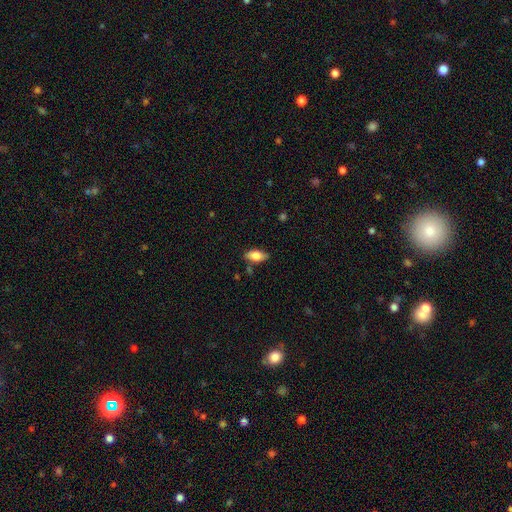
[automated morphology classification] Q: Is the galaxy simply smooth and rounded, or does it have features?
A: smooth — 77%.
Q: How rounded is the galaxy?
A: in between — 88%.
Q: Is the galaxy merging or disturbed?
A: none — 79%.